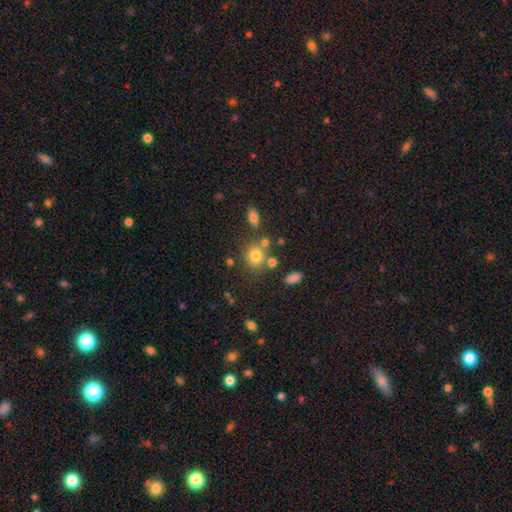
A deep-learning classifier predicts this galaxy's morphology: This is likely a smooth galaxy (75%). How rounded: likely round (74%). Merging: likely none (64%).